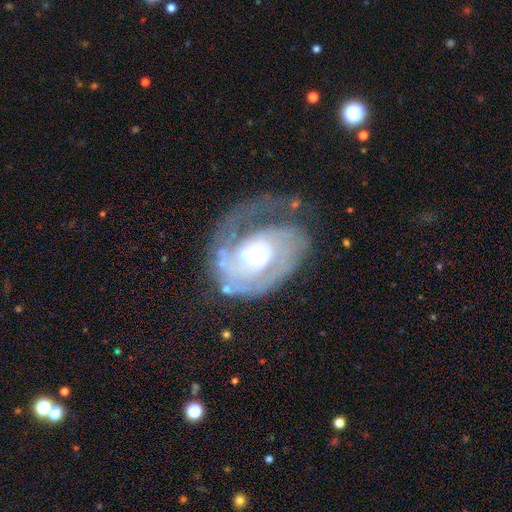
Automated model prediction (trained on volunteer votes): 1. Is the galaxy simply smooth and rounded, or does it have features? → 84% featured or disk, 11% smooth, 6% star or artifact.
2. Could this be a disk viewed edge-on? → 97% no, 3% yes.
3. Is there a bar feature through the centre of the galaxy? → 63% no, 29% weak, 8% strong.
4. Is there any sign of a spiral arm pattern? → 90% yes, 10% no.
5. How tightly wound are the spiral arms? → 56% tight, 30% medium, 14% loose.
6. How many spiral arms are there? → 38% 1, 27% 2, 23% can't tell, 7% 3, 3% 4, 3% more than 4.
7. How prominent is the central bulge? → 57% moderate, 32% small, 9% large, 1% dominant, 1% none.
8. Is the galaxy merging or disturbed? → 45% none, 30% major disturbance, 22% minor disturbance, 3% merger.